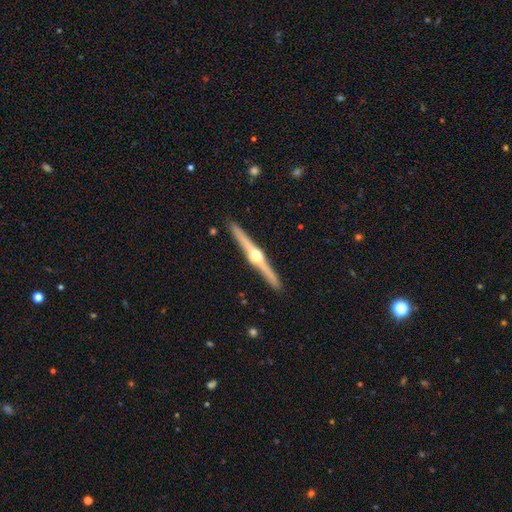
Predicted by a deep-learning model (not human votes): This appears to be a featured or disk galaxy (84%) viewed edge-on (98%) with a rounded central bulge (96%). Merging: none (92%).